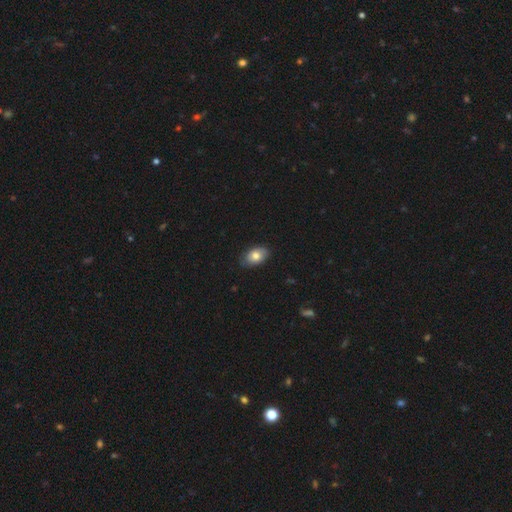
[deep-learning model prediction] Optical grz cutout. It shows a smooth galaxy with no disk features (79%) that is in between round and cigar-shaped (87%). Merging: none (83%).